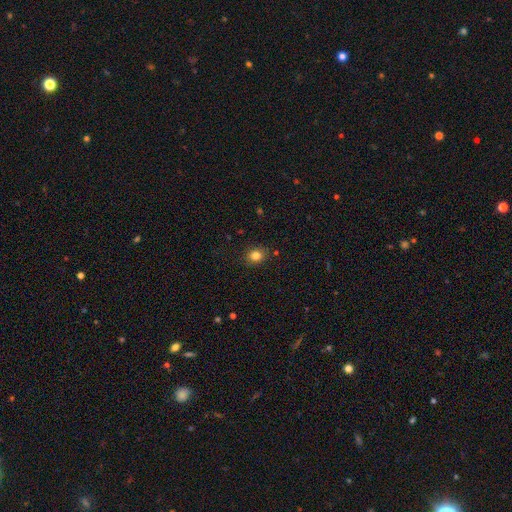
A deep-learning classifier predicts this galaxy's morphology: smooth-or-featured: smooth: 82% | star or artifact: 12% | featured or disk: 6%
  how-rounded: round: 69% | in between: 30% | cigar-shaped: 1%
  merging: none: 86% | minor disturbance: 10% | major disturbance: 2% | merger: 2%